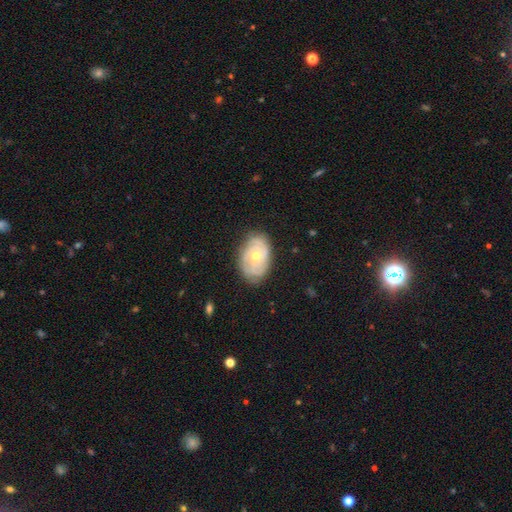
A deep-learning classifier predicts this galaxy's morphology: Q: Smooth or featured?
A: featured or disk (67%); runner-up: smooth (26%)
Q: Edge-on disk?
A: no (95%); runner-up: yes (5%)
Q: Bar?
A: no (80%); runner-up: weak (16%)
Q: Spiral arms?
A: yes (76%); runner-up: no (24%)
Q: Bulge size?
A: moderate (65%); runner-up: small (31%)
Q: Merging?
A: none (76%); runner-up: minor disturbance (18%)